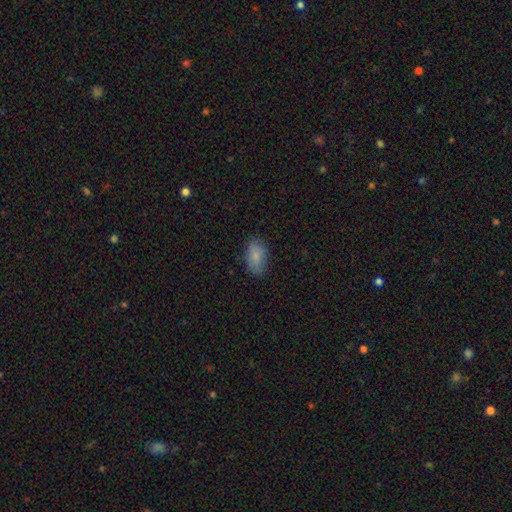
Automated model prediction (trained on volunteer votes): Overall: smooth (84%). How rounded: in between (92%). Merging: none (80%).